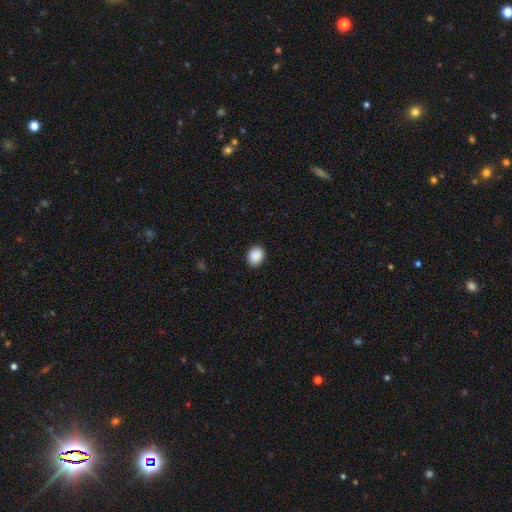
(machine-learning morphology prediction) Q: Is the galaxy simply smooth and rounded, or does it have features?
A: smooth — 90%.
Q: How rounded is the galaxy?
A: in between — 51%.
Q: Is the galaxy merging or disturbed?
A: none — 90%.